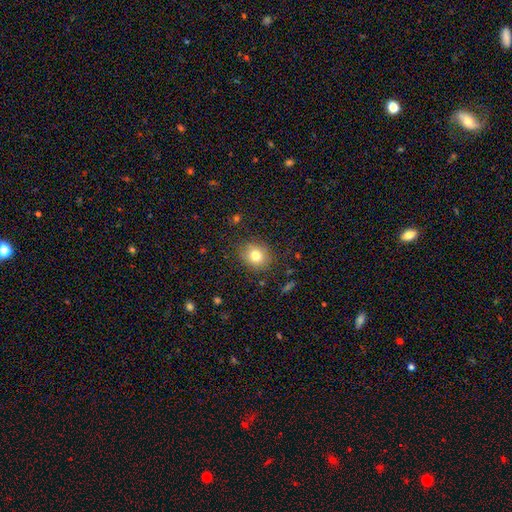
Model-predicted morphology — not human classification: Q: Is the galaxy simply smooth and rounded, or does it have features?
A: smooth — 77%.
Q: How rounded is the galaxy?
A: round — 78%.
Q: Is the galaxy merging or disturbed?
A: none — 84%.